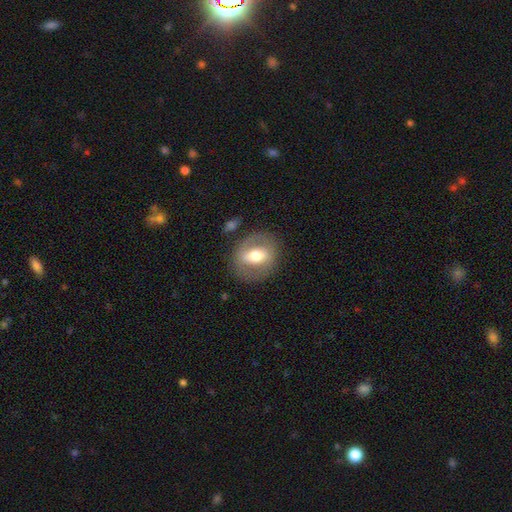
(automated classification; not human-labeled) Q: Smooth or featured?
A: featured or disk (52%); runner-up: smooth (41%)
Q: Edge-on disk?
A: no (90%); runner-up: yes (10%)
Q: Merging?
A: none (79%); runner-up: minor disturbance (13%)